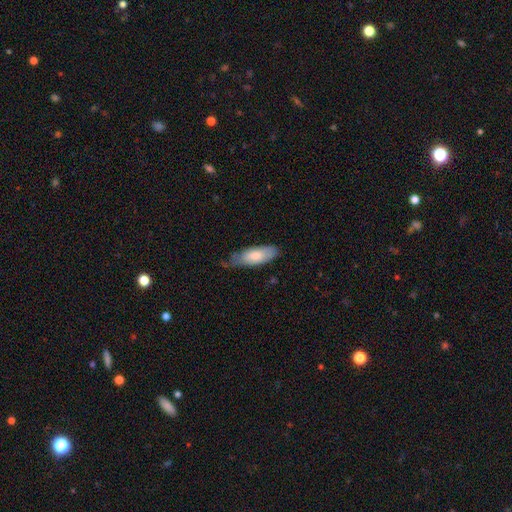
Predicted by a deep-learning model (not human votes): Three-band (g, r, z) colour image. It shows a smooth galaxy with no disk features (75%) that is in between round and cigar-shaped (69%). Merging: none (52%).